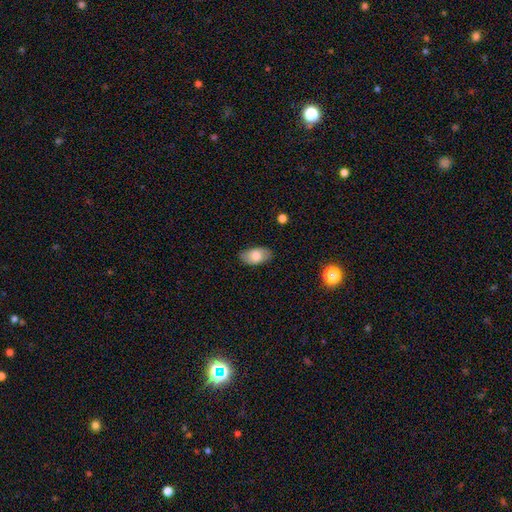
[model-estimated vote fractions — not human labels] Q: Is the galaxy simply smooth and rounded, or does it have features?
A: smooth — 75%.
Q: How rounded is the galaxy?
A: in between — 94%.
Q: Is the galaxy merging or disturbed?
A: none — 83%.